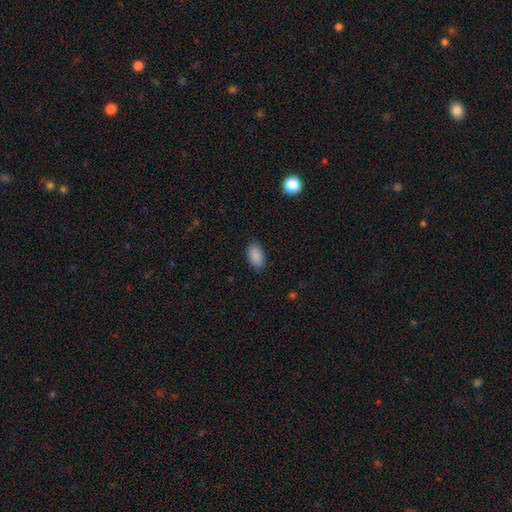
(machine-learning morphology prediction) Smooth or featured: smooth — 89% (star or artifact — 7%)
How rounded: in between — 94% (round — 4%)
Merging: none — 87% (minor disturbance — 9%)